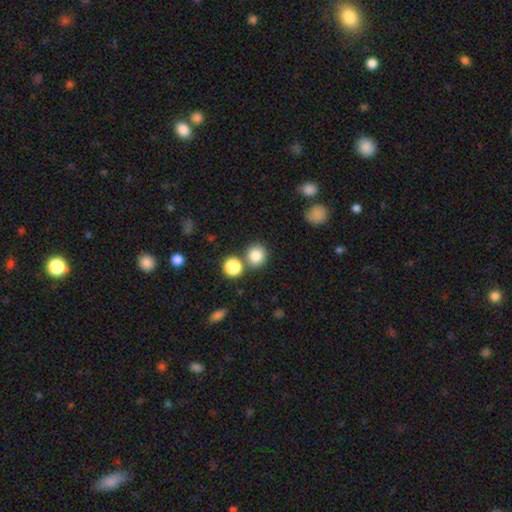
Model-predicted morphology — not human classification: Smooth or featured? Predicted: smooth (p=0.82). How rounded? Predicted: round (p=0.86). Merging? Predicted: none (p=0.75).